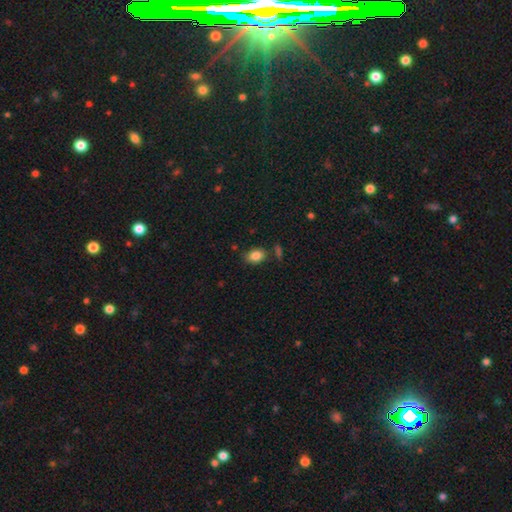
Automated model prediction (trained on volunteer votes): Morphology: type=smooth (85%); roundness=in between (75%); merging=none (73%).